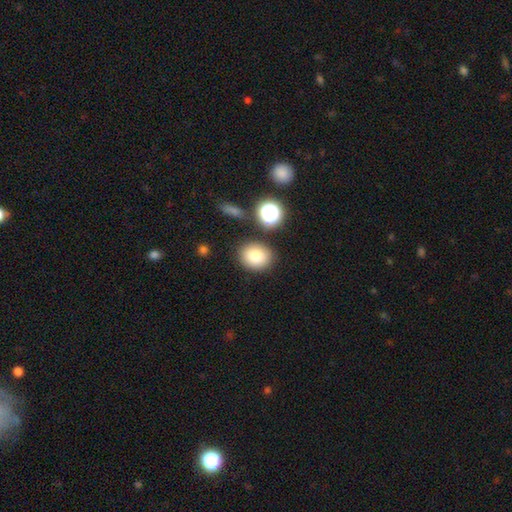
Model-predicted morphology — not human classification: smooth-or-featured: smooth: 81% | star or artifact: 11% | featured or disk: 8%
  how-rounded: round: 58% | in between: 41% | cigar-shaped: 1%
  merging: none: 83% | minor disturbance: 9% | merger: 5% | major disturbance: 3%